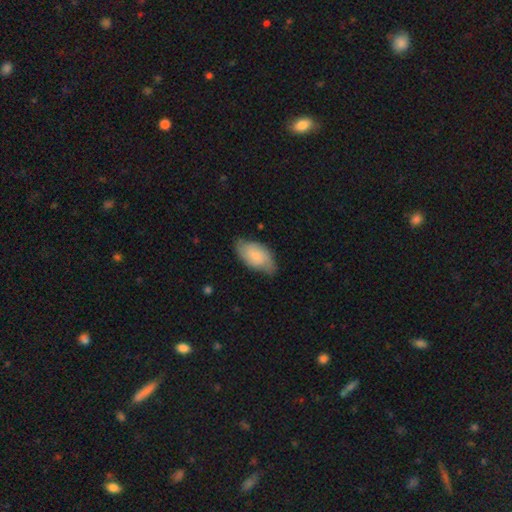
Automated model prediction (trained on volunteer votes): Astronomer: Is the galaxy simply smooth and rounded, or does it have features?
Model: smooth — 58% (runner-up: featured or disk, 36%).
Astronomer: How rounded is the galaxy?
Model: in between — 94%.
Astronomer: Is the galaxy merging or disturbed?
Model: none — 68%.